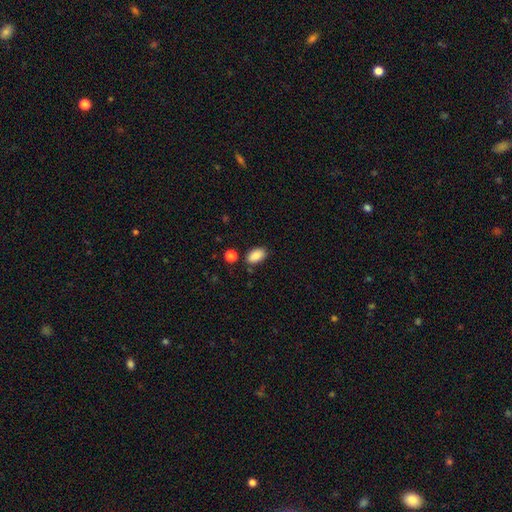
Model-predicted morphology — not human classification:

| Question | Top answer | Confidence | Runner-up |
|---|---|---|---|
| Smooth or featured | smooth | 88% | star or artifact (8%) |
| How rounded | in between | 92% | round (7%) |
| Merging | none | 80% | minor disturbance (13%) |